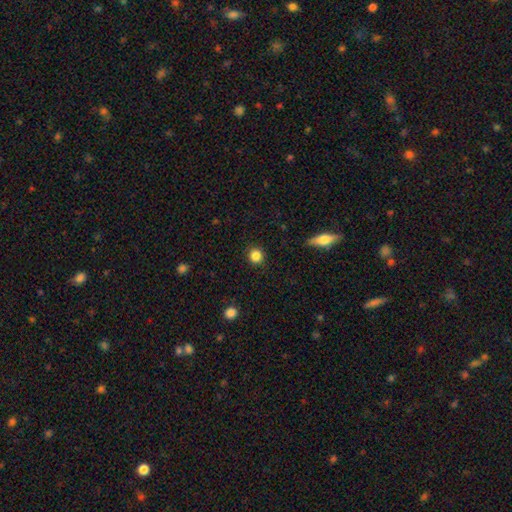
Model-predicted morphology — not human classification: A smooth galaxy with no disk features (85%) that is round (91%). Merging: none (90%).